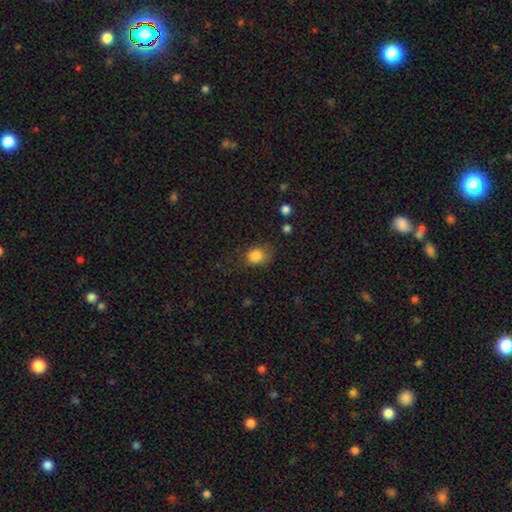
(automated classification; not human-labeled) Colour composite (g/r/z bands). It shows a smooth galaxy with no disk features (83%) that is round (54%). Merging: none (64%).